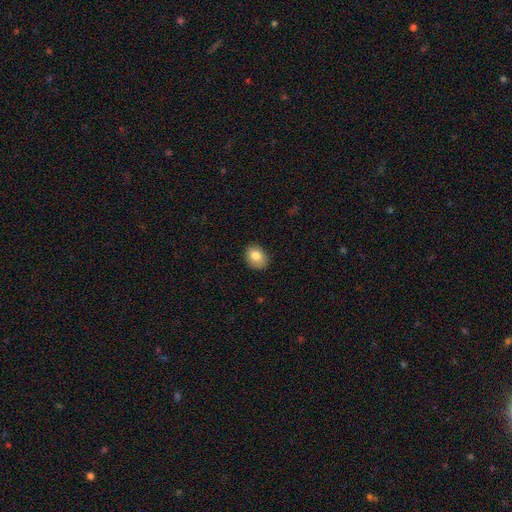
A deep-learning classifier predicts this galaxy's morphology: This appears to be a smooth galaxy with no disk features (82%) that is in between round and cigar-shaped (60%). Merging: none (84%).